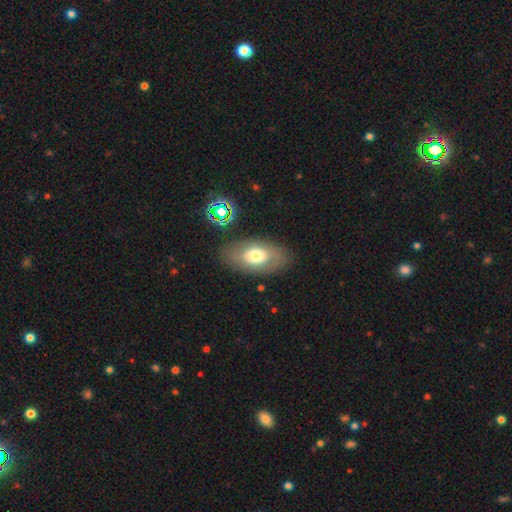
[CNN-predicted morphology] A smooth galaxy with no disk features (59%) that is in between round and cigar-shaped (90%). Merging: none (80%).